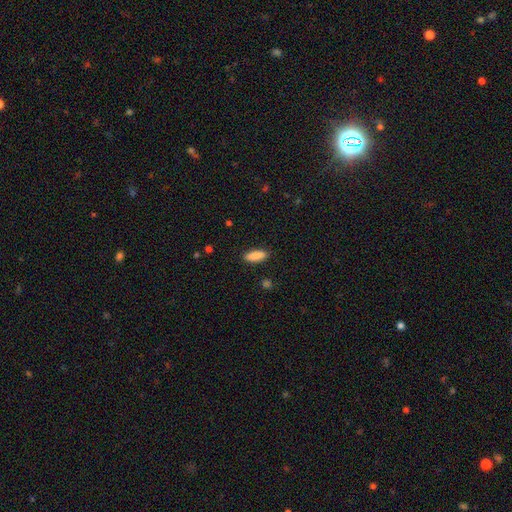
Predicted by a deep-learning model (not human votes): The model was most divided on "how rounded": in between: 64%, cigar-shaped: 34%, round: 2%. More confident: merging — none (88%); smooth or featured — smooth (88%).